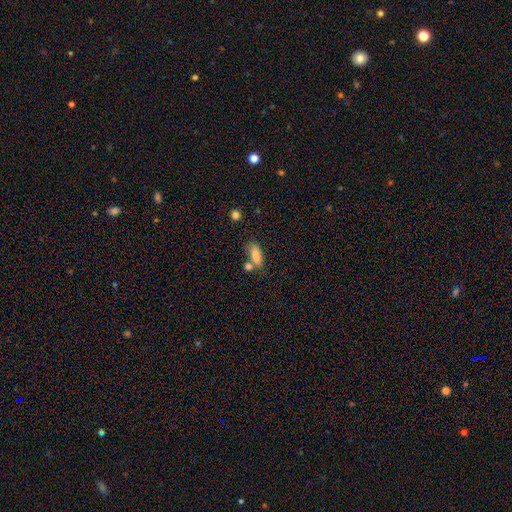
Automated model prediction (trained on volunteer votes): smooth_or_featured: smooth (p=0.83) [alt: featured or disk p=0.09]
how_rounded: in between (p=0.73) [alt: cigar-shaped p=0.23]
merging: none (p=0.56) [alt: merger p=0.22]